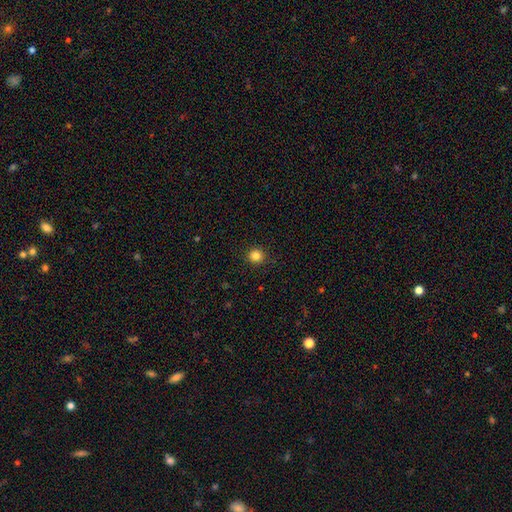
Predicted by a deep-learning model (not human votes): Q: Smooth or featured?
A: smooth (84%); runner-up: star or artifact (12%)
Q: How rounded?
A: round (93%); runner-up: in between (6%)
Q: Merging?
A: none (92%); runner-up: minor disturbance (5%)